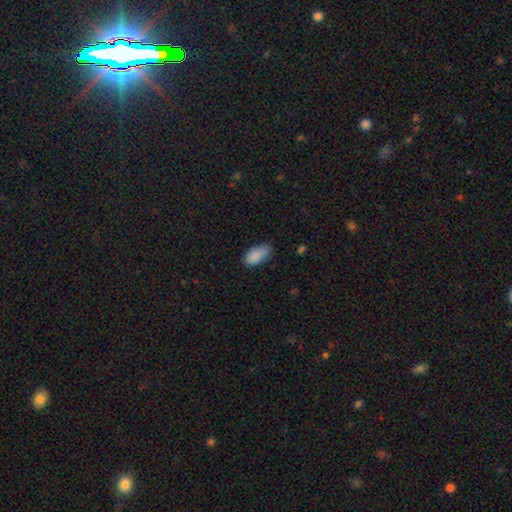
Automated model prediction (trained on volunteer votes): Morphology: type=smooth (88%); roundness=in between (92%); merging=none (70%).